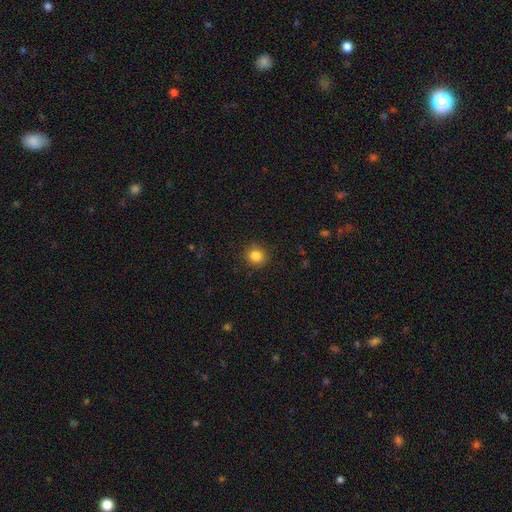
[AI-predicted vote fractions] smooth-or-featured: smooth: 84% | star or artifact: 11% | featured or disk: 5%
  how-rounded: round: 89% | in between: 10% | cigar-shaped: 1%
  merging: none: 89% | minor disturbance: 8% | major disturbance: 2% | merger: 1%